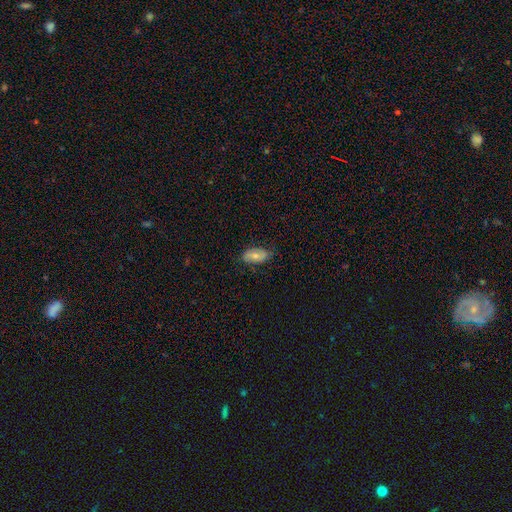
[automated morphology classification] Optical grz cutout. It shows a smooth galaxy with no disk features (62%) that is in between round and cigar-shaped (92%). Merging: none (77%).